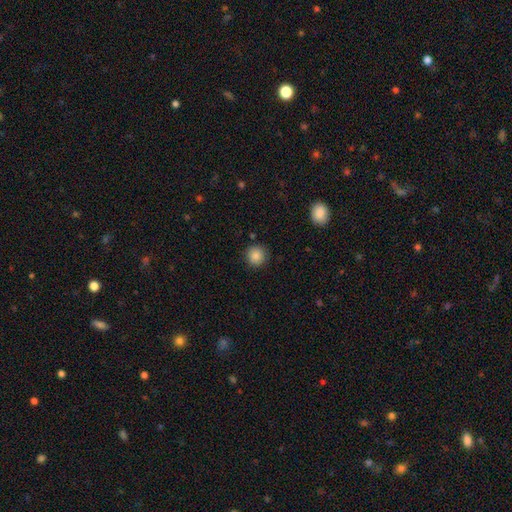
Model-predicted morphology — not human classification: type=smooth (87%); roundness=round (93%); merging=none (89%).